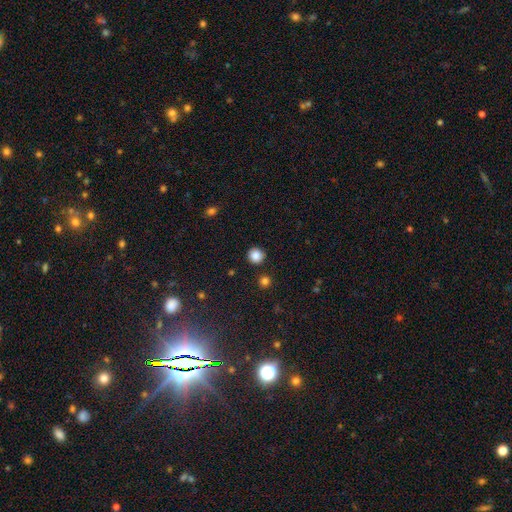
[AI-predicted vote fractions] Morphology: type=smooth (85%); roundness=round (93%); merging=none (91%).